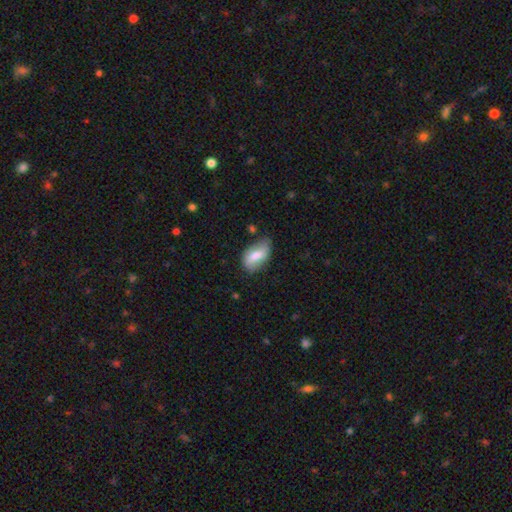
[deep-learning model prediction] A smooth galaxy with no disk features (68%) that is in between round and cigar-shaped (91%).

Vote fractions:
- Smooth or featured? smooth: 68% / featured or disk: 25% / star or artifact: 6%
- How rounded? in between: 91% / round: 5% / cigar-shaped: 4%
- Merging? none: 61% / minor disturbance: 30% / major disturbance: 7% / merger: 3%